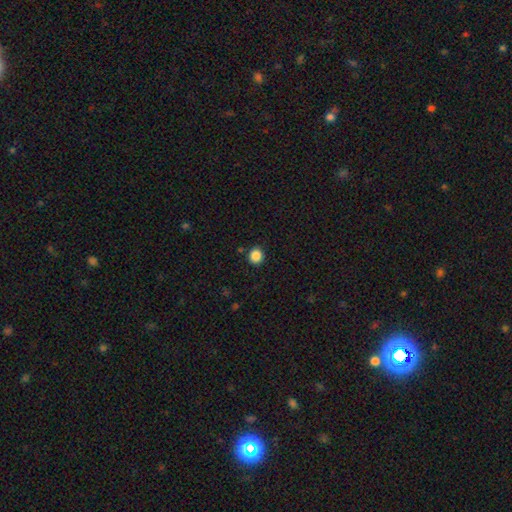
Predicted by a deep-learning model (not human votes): smooth-or-featured: smooth: 86% | star or artifact: 11% | featured or disk: 3%
  how-rounded: round: 87% | in between: 12% | cigar-shaped: 1%
  merging: none: 89% | minor disturbance: 7% | merger: 2% | major disturbance: 2%